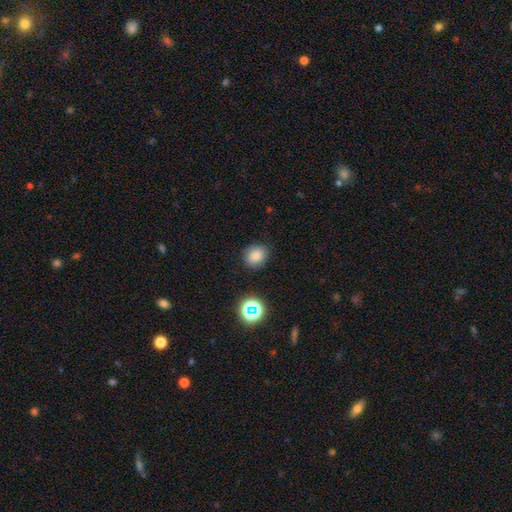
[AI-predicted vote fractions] Overall: smooth (81%). How rounded: round (68%; in between 31%). Merging: none (85%).